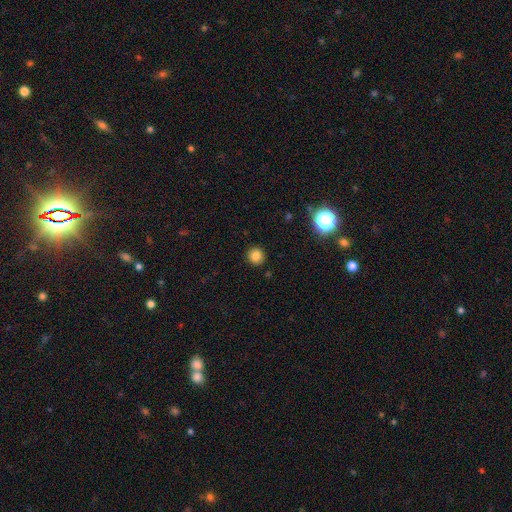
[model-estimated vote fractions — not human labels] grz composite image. It shows a smooth galaxy with no disk features (82%) that is round (93%). Merging: none (92%).